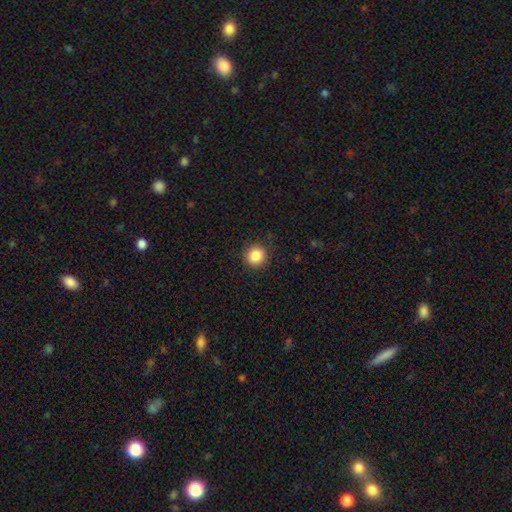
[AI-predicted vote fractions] Morphology: type=smooth (86%); roundness=round (91%); merging=none (90%).